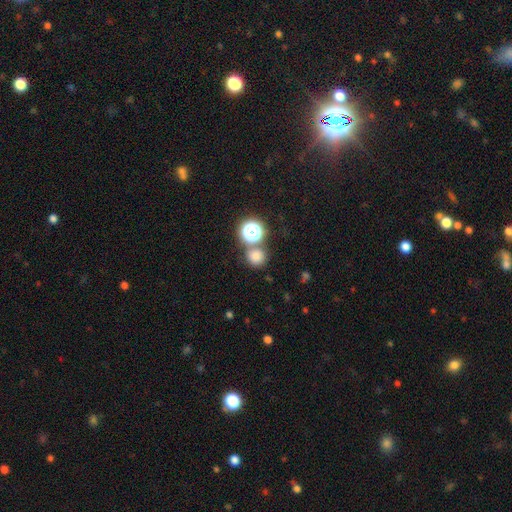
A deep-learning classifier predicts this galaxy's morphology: Smooth or featured? smooth (74%)
How rounded? round (90%)
Merging? none (68%)